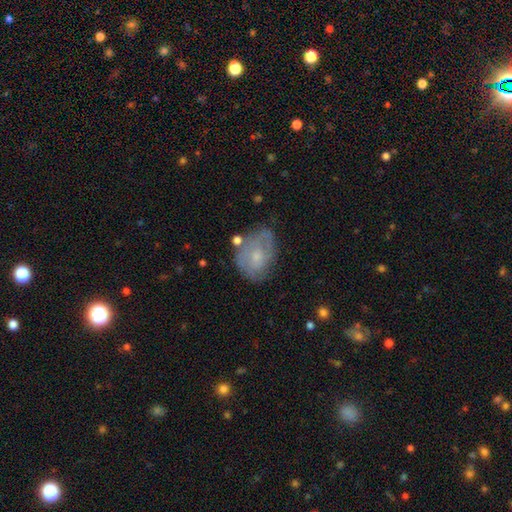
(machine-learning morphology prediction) Q: Smooth or featured?
A: featured or disk (49%); runner-up: smooth (43%)
Q: Merging?
A: none (54%); runner-up: minor disturbance (28%)